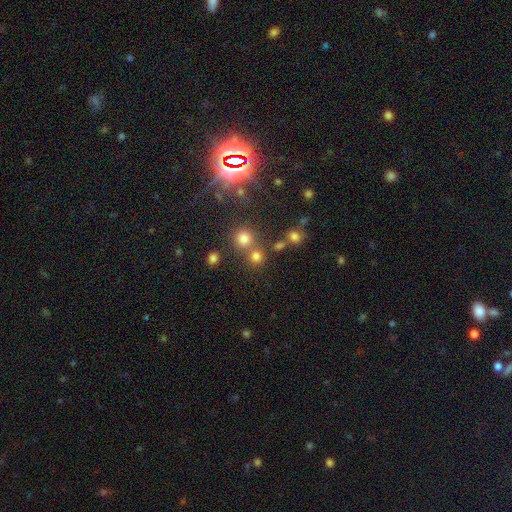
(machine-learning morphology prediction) This appears to be a smooth galaxy with no disk features (59%) that is round (90%). Merging: none (68%).